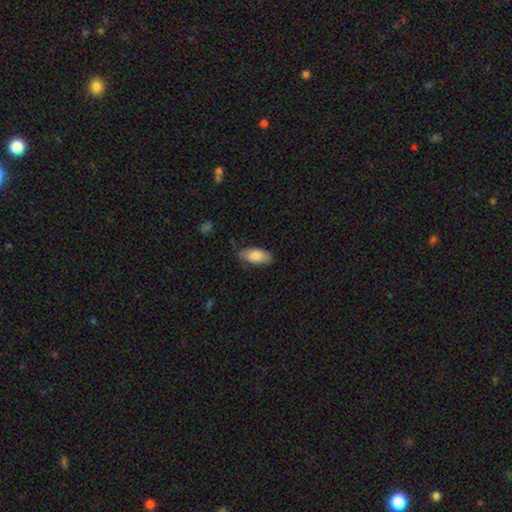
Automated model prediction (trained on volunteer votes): Smooth or featured: smooth — 85% (featured or disk — 9%)
How rounded: in between — 91% (cigar-shaped — 7%)
Merging: none — 73% (minor disturbance — 21%)